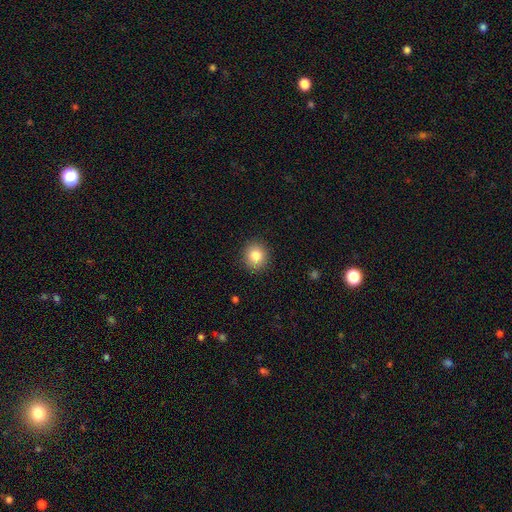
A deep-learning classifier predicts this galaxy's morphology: A smooth galaxy with no disk features (83%) that is round (85%). Merging: none (90%).